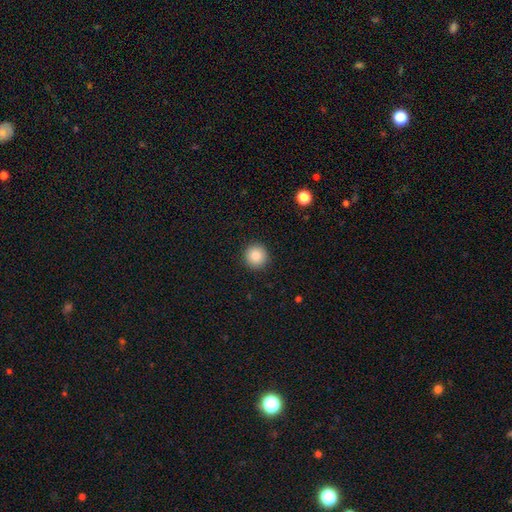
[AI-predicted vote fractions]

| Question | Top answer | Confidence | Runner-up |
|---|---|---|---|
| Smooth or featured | smooth | 86% | star or artifact (10%) |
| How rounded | round | 95% | in between (4%) |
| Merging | none | 92% | minor disturbance (5%) |